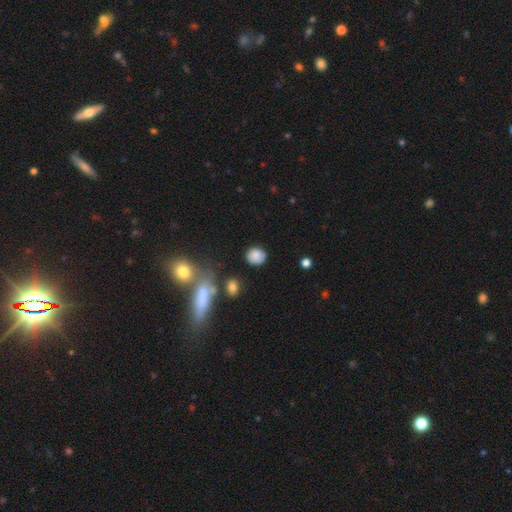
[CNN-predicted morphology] type=smooth (81%); roundness=round (71%); merging=none (72%).